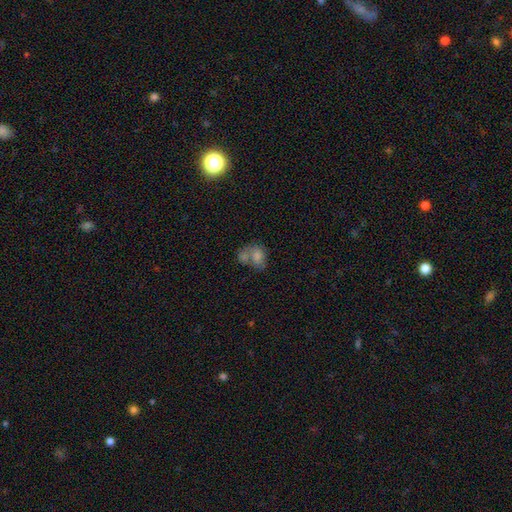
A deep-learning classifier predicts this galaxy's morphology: Overall: smooth (72%). How rounded: in between (64%; round 34%). Merging: merger (53%; none 24%).